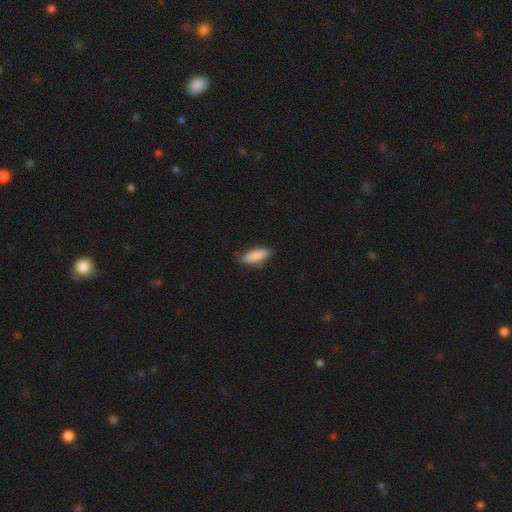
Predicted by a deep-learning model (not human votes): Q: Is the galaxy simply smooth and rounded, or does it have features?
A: smooth — 87%.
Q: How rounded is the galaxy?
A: in between — 69%.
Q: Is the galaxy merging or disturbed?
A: none — 75%.